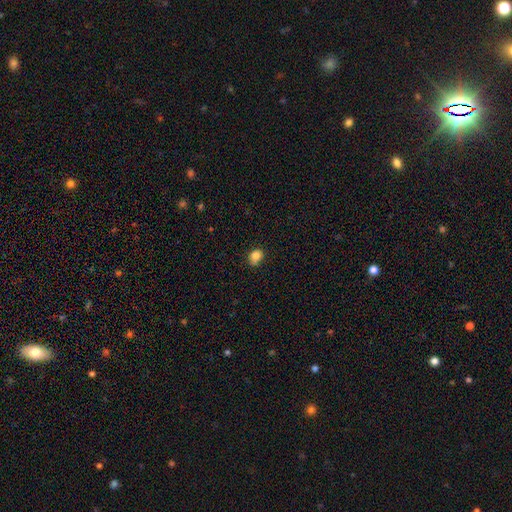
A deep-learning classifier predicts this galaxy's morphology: Smooth or featured? smooth (83%)
How rounded? round (60%)
Merging? none (66%)